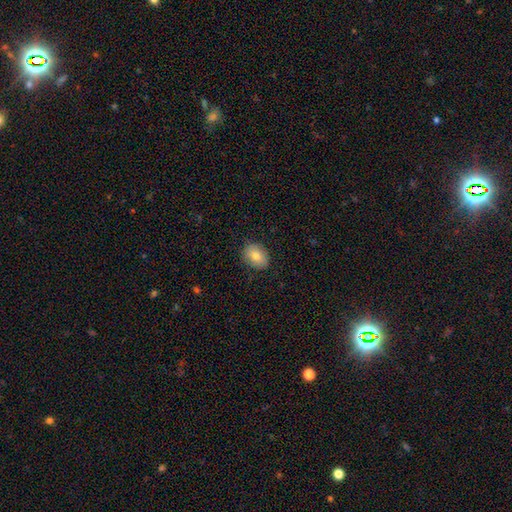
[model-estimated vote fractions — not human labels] A smooth galaxy with no disk features (80%) that is in between round and cigar-shaped (64%).

Vote fractions:
- Smooth or featured? smooth: 80% / featured or disk: 12% / star or artifact: 8%
- How rounded? in between: 64% / round: 35% / cigar-shaped: 1%
- Merging? none: 86% / minor disturbance: 11% / major disturbance: 2% / merger: 1%